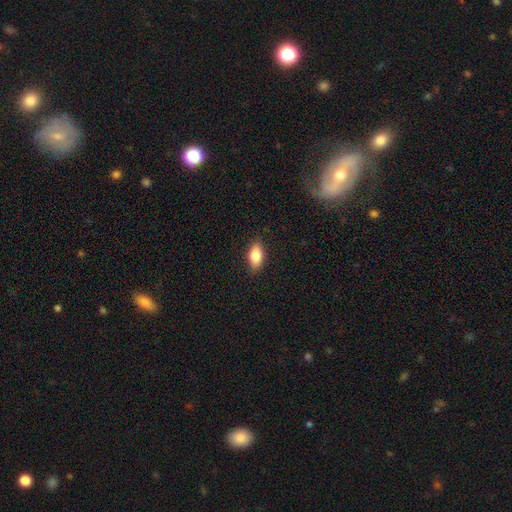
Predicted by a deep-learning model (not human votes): Smooth or featured? Predicted: smooth (p=0.84). How rounded? Predicted: in between (p=0.89). Merging? Predicted: none (p=0.87).